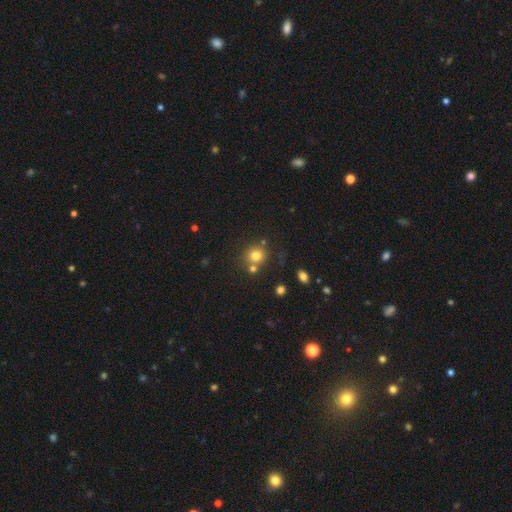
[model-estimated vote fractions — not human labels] Smooth or featured?
  - smooth: 78% *
  - star or artifact: 14%
  - featured or disk: 9%
How rounded?
  - round: 88% *
  - in between: 11%
  - cigar-shaped: 1%
Merging?
  - none: 66% *
  - merger: 21%
  - minor disturbance: 10%
  - major disturbance: 4%